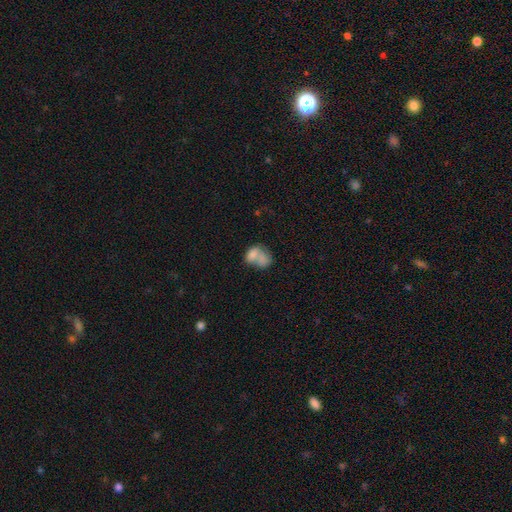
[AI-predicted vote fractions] smooth-or-featured: smooth: 72% | featured or disk: 20% | star or artifact: 8%
  how-rounded: in between: 69% | round: 29% | cigar-shaped: 1%
  merging: merger: 65% | none: 18% | minor disturbance: 9% | major disturbance: 9%